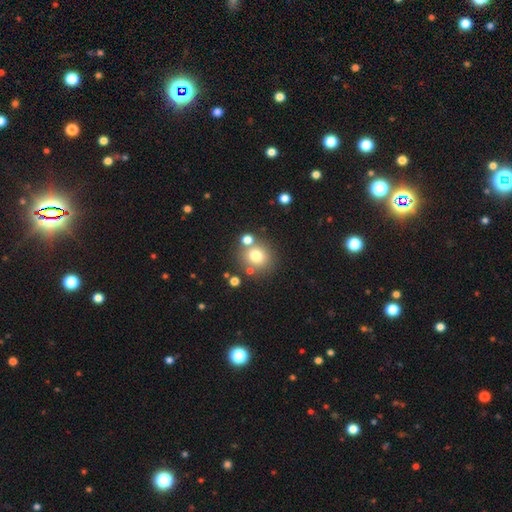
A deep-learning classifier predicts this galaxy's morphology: Smooth or featured: smooth — 74% (star or artifact — 14%)
How rounded: round — 87% (in between — 12%)
Merging: none — 71% (merger — 16%)